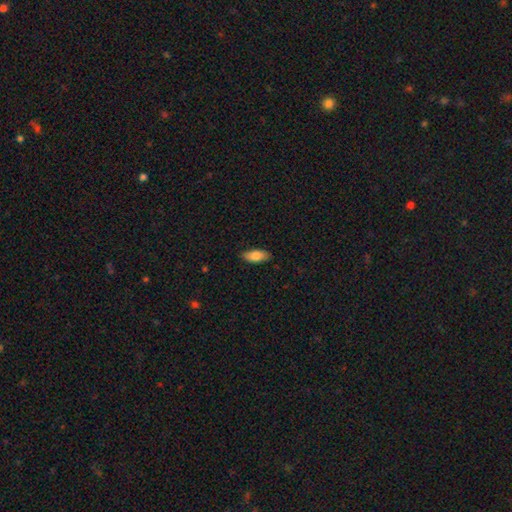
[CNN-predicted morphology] Overall: smooth (81%). How rounded: in between (83%). Merging: none (87%).